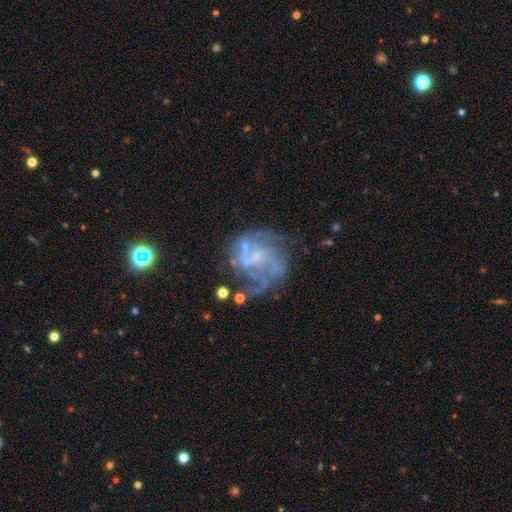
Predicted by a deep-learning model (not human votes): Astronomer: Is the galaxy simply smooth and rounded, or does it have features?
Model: featured or disk — 77%.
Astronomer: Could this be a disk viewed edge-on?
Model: no — 98%.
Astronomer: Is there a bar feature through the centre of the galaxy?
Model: no — 57% (runner-up: weak, 34%).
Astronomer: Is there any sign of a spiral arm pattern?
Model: yes — 75%.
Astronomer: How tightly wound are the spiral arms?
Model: medium — 44% (runner-up: tight, 29%).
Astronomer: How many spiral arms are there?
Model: can't tell — 35% (runner-up: 2, 27%).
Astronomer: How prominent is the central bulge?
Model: none — 43% (runner-up: small, 36%).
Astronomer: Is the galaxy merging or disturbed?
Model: none — 48% (runner-up: major disturbance, 27%).